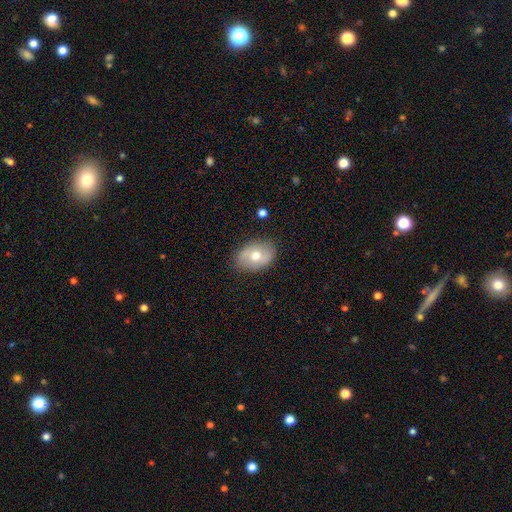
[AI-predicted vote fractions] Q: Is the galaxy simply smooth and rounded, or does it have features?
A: smooth — 61%.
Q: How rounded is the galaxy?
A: in between — 76%.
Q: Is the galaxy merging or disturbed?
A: none — 82%.